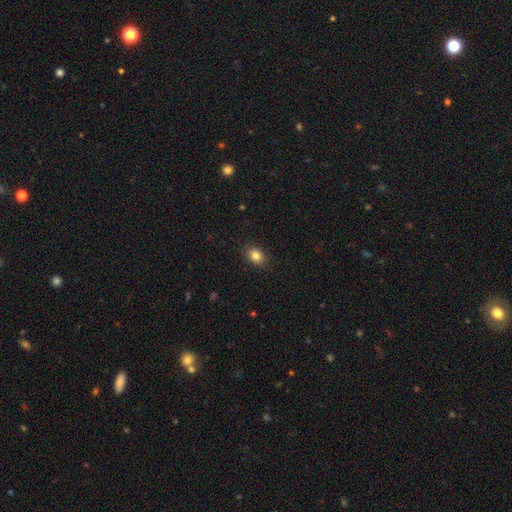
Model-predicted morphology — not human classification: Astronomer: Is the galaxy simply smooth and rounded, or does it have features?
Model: smooth — 84%.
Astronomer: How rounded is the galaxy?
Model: in between — 65%.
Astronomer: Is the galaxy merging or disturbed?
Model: none — 88%.